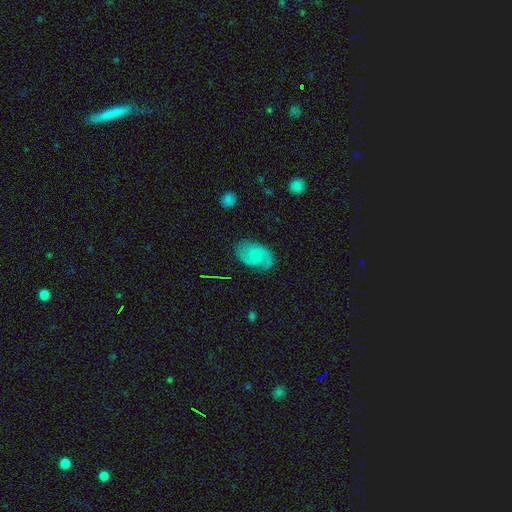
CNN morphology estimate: This is possibly a featured or disk galaxy (59%). It is clearly not viewed edge-on (97%). Bar: possibly no (58%). Spiral arm pattern: clearly yes (92%). Spiral arm count: clearly 2 (82%). Spiral winding: possibly medium (48%). Central bulge: marginally none (43%). Merging: likely none (76%).